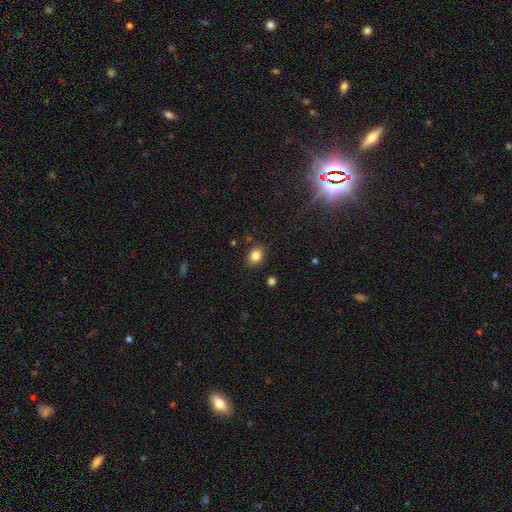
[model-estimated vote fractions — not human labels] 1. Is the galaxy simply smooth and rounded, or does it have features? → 83% smooth, 10% star or artifact, 7% featured or disk.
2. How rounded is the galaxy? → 61% in between, 38% round, 1% cigar-shaped.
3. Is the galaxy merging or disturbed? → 85% none, 10% minor disturbance, 3% major disturbance, 2% merger.